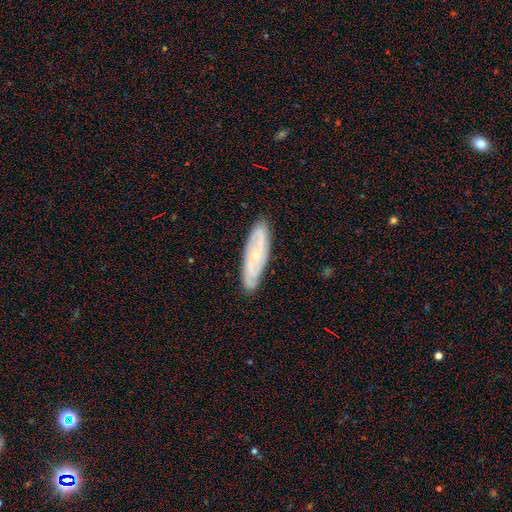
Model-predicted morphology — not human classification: A featured or disk galaxy (64%). Merging: none (85%).